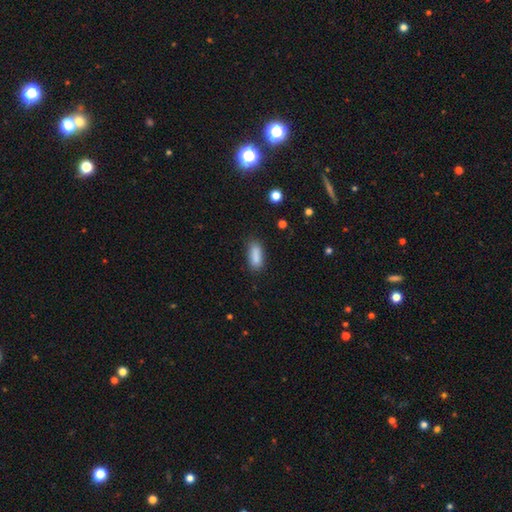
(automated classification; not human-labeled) Smooth or featured? Predicted: smooth (p=0.86). How rounded? Predicted: in between (p=0.76). Merging? Predicted: none (p=0.75).